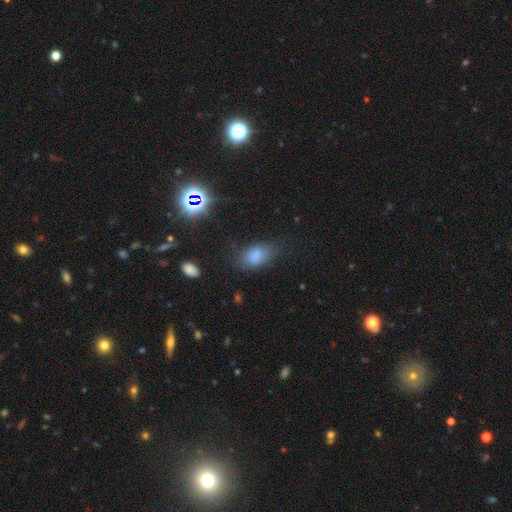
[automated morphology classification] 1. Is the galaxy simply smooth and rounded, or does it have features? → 79% smooth, 13% star or artifact, 8% featured or disk.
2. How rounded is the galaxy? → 86% in between, 12% round, 2% cigar-shaped.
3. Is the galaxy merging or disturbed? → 63% none, 23% minor disturbance, 11% major disturbance, 2% merger.